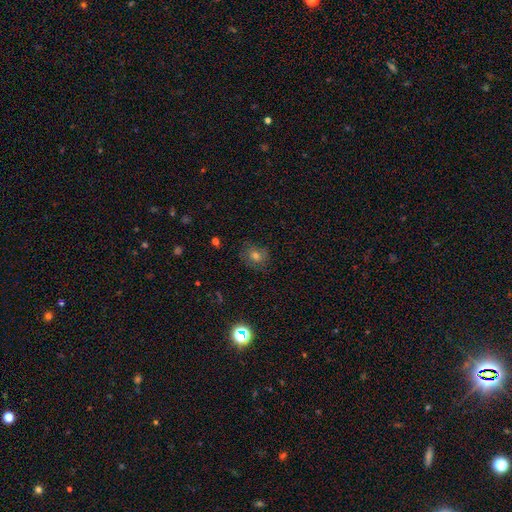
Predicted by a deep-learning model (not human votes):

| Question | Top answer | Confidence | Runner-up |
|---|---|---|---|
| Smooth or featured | smooth | 57% | star or artifact (25%) |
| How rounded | round | 71% | in between (28%) |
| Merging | none | 80% | minor disturbance (14%) |